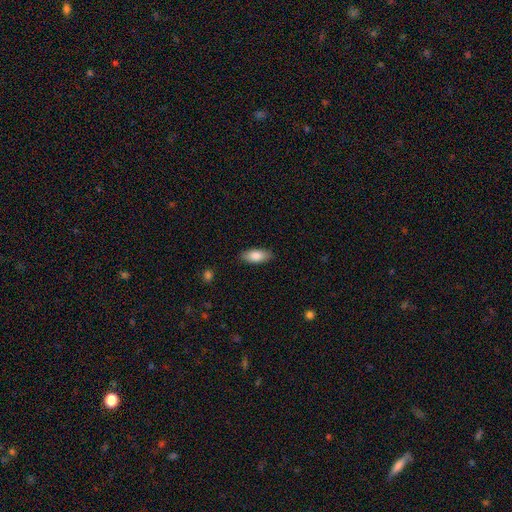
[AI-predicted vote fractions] A smooth galaxy with no disk features (84%) that is in between round and cigar-shaped (86%).

Vote fractions:
- Smooth or featured? smooth: 84% / featured or disk: 10% / star or artifact: 6%
- How rounded? in between: 86% / cigar-shaped: 12% / round: 2%
- Merging? none: 87% / minor disturbance: 9% / major disturbance: 2% / merger: 1%